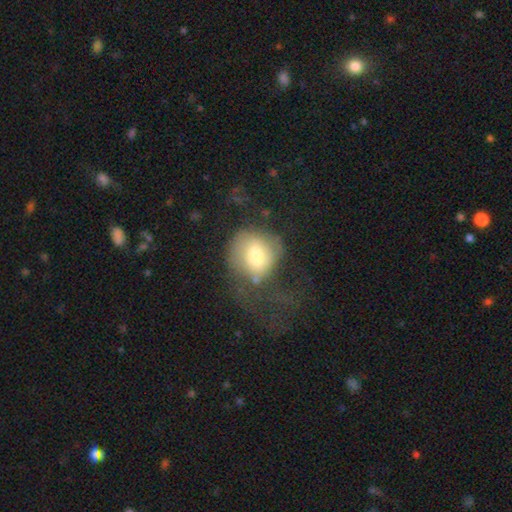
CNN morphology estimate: Smooth or featured: smooth — 64% (featured or disk — 27%)
How rounded: round — 68% (in between — 31%)
Merging: major disturbance — 45% (none — 29%)